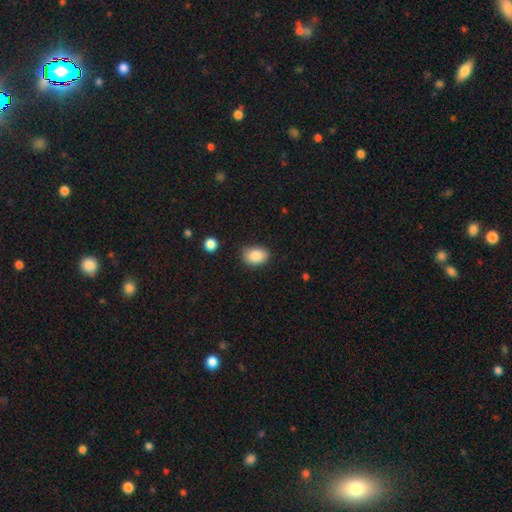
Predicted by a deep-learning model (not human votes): smooth 87%, star or artifact 8%, featured or disk 5%. Down the decision tree: how rounded — in between (75%); merging — none (78%).